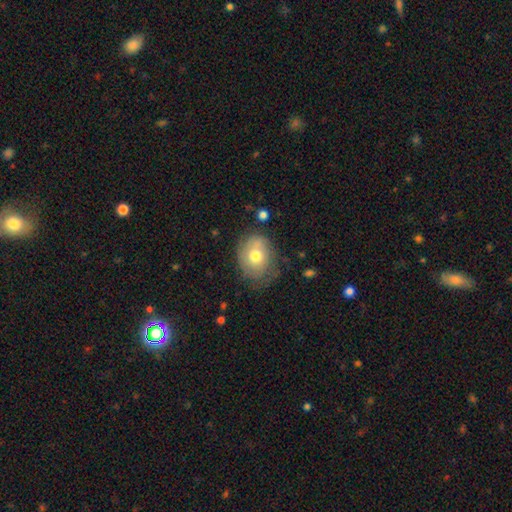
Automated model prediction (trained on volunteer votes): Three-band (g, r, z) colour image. It shows a smooth galaxy with no disk features (67%) that is round (51%). Merging: none (60%).